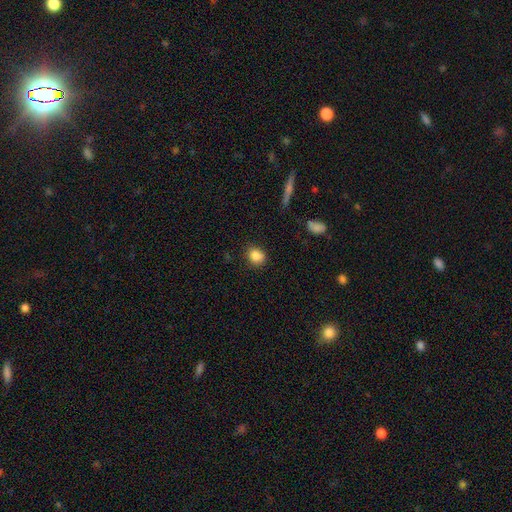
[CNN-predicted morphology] This appears to be a smooth galaxy with no disk features (86%) that is round (62%). Merging: none (80%).